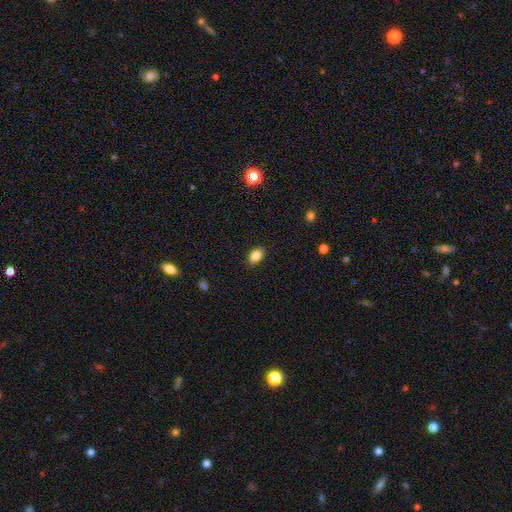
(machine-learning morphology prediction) This is clearly a smooth galaxy (84%). How rounded: clearly in between (87%). Merging: clearly none (87%).